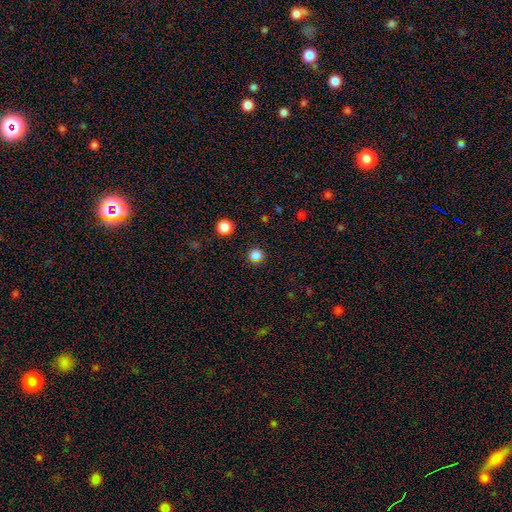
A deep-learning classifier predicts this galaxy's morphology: Smooth or featured? smooth (82%)
How rounded? round (93%)
Merging? none (90%)